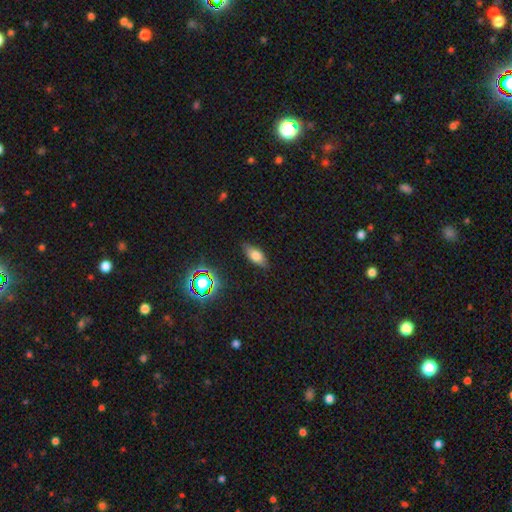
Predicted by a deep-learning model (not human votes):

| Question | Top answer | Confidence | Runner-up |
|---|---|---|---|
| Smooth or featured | smooth | 71% | featured or disk (17%) |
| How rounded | in between | 82% | cigar-shaped (14%) |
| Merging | none | 82% | minor disturbance (13%) |